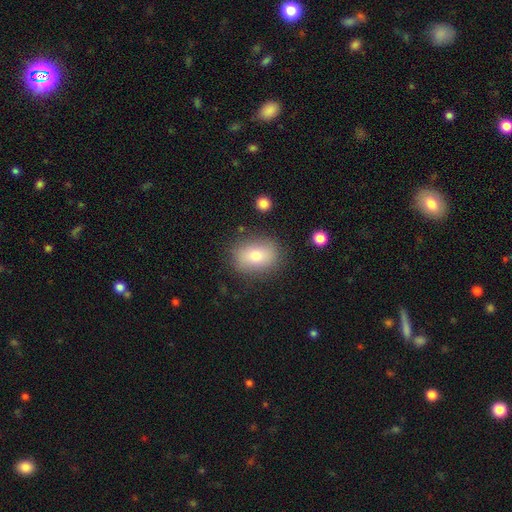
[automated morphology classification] A smooth galaxy with no disk features (73%) that is in between round and cigar-shaped (65%).

Vote fractions:
- Smooth or featured? smooth: 73% / featured or disk: 16% / star or artifact: 10%
- How rounded? in between: 65% / round: 34% / cigar-shaped: 1%
- Merging? none: 82% / minor disturbance: 12% / major disturbance: 4% / merger: 2%